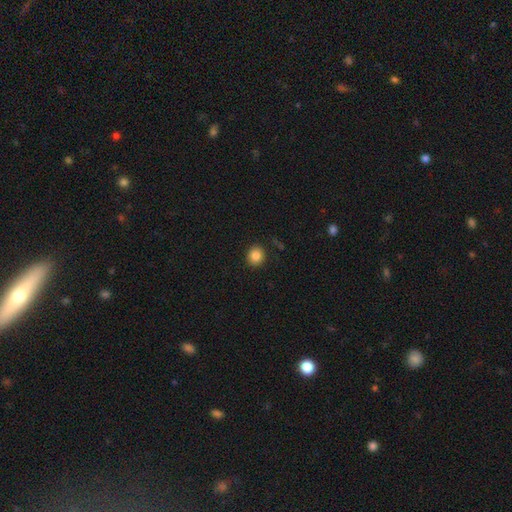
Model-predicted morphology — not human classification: Overall: smooth (85%). How rounded: round (82%). Merging: none (90%).